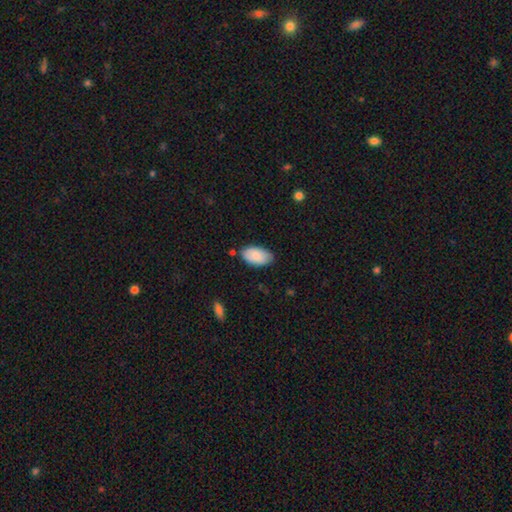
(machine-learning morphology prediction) type=smooth (85%); roundness=in between (95%); merging=none (77%).